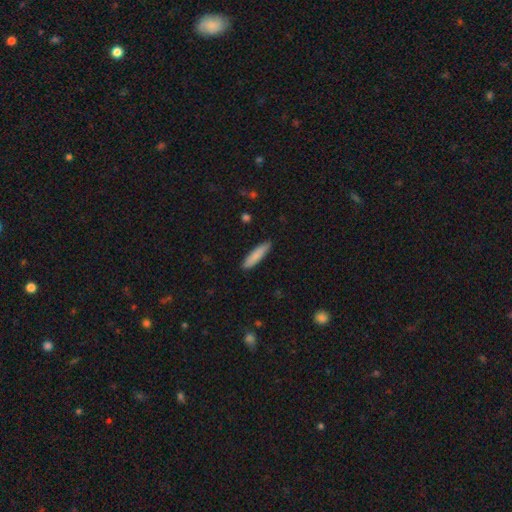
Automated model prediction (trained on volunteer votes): smooth 85%, featured or disk 10%, star or artifact 6%. Down the decision tree: how rounded — cigar-shaped (81%); merging — none (89%).